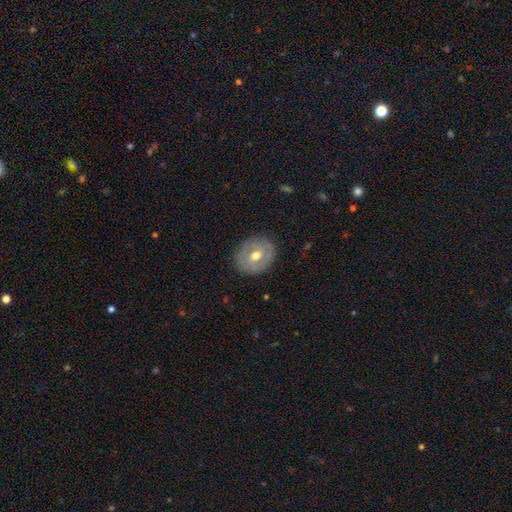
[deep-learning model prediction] This appears to be a featured or disk galaxy (50%). Merging: none (84%).